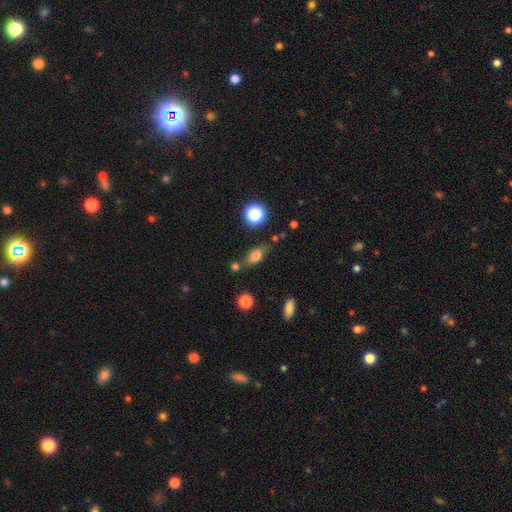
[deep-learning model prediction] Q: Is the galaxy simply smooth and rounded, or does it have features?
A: smooth — 69%.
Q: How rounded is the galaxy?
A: in between — 70%.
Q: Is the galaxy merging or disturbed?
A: none — 63%.